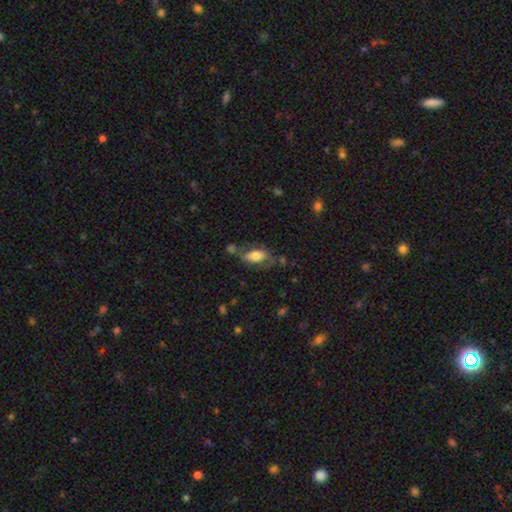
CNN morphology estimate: Smooth or featured?
  - smooth: 57% *
  - featured or disk: 36%
  - star or artifact: 8%
How rounded?
  - in between: 85% *
  - cigar-shaped: 10%
  - round: 5%
Merging?
  - none: 49% *
  - minor disturbance: 24%
  - major disturbance: 18%
  - merger: 9%